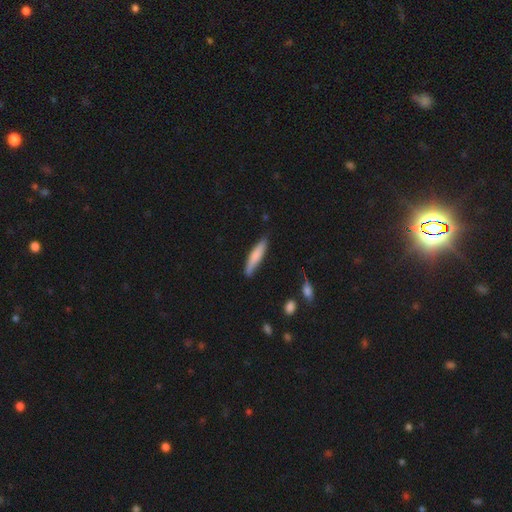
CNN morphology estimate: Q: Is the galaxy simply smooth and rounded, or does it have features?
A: smooth — 74%.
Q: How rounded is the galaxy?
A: cigar-shaped — 84%.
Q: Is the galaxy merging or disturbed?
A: none — 77%.